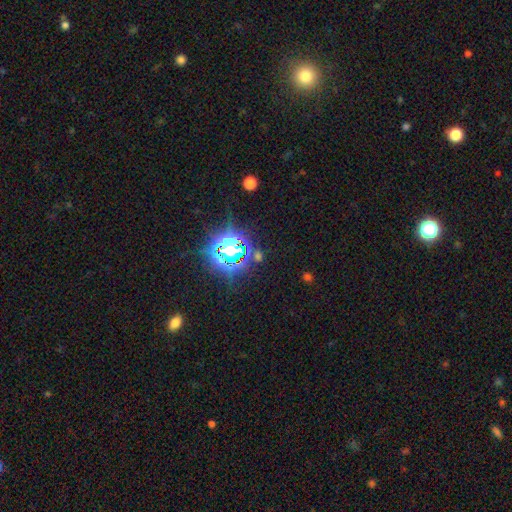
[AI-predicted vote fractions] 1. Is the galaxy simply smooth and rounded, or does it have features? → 79% star or artifact, 13% smooth, 8% featured or disk.